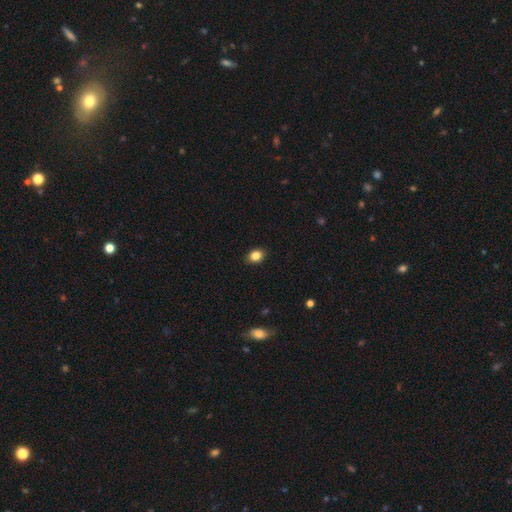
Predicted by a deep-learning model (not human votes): Smooth or featured: smooth — 86% (star or artifact — 10%)
How rounded: in between — 66% (round — 33%)
Merging: none — 89% (minor disturbance — 8%)